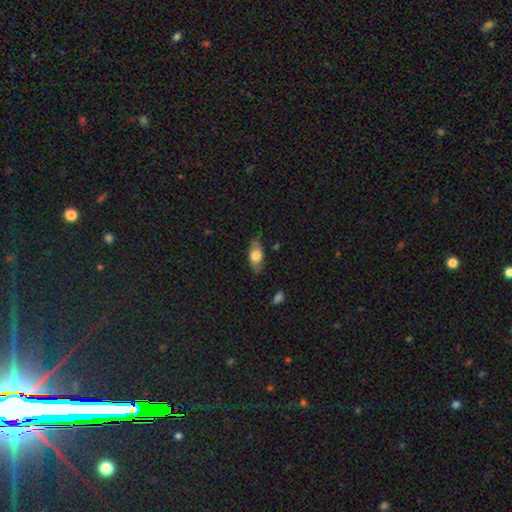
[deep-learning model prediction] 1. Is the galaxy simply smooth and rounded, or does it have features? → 63% smooth, 30% featured or disk, 7% star or artifact.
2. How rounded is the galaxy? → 82% in between, 11% cigar-shaped, 7% round.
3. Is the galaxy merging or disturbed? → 77% none, 18% minor disturbance, 4% major disturbance, 1% merger.